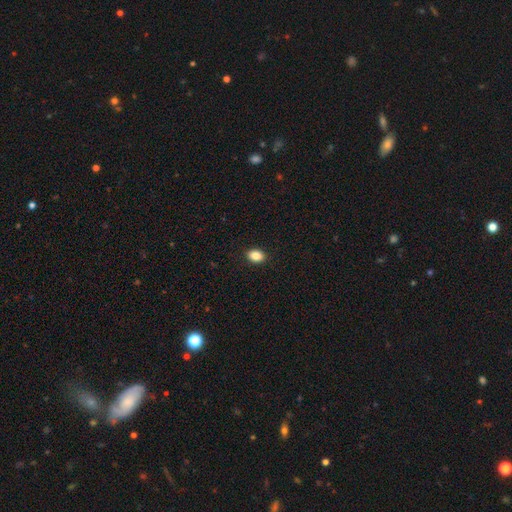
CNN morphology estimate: A smooth galaxy with no disk features (86%) that is in between round and cigar-shaped (77%). Merging: none (91%).